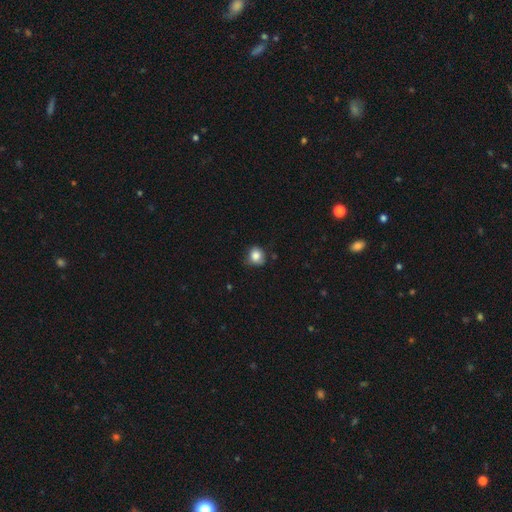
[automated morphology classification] The model was most divided on "merging": none: 68%, minor disturbance: 25%, major disturbance: 5%, merger: 2%. More confident: smooth or featured — smooth (84%); how rounded — round (76%).